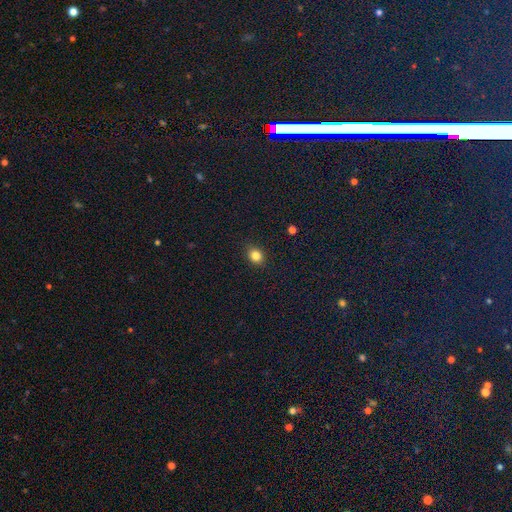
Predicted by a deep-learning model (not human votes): This appears to be a smooth galaxy with no disk features (83%) that is round (57%). Merging: none (88%).